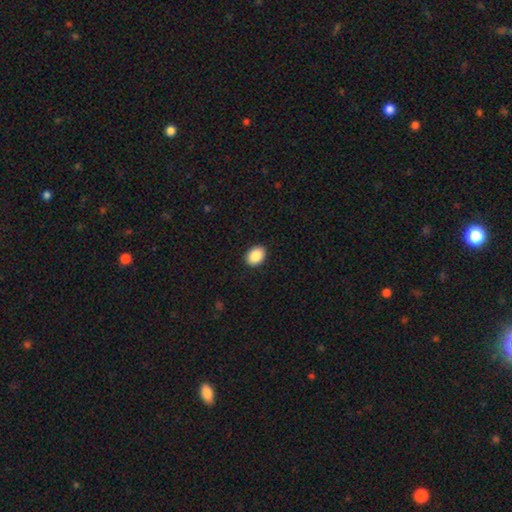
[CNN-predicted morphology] This appears to be a smooth galaxy with no disk features (89%) that is in between round and cigar-shaped (69%). Merging: none (91%).